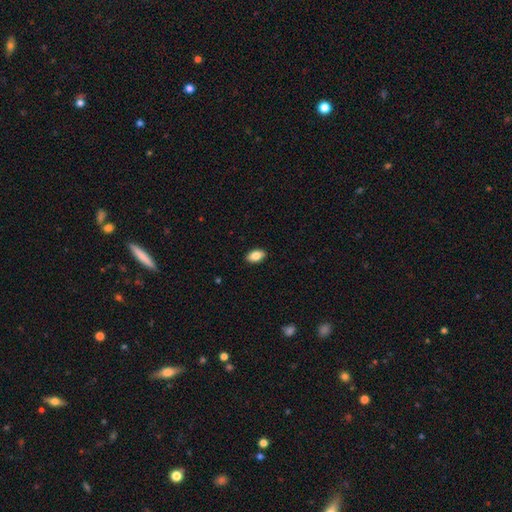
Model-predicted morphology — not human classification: Q: Smooth or featured?
A: smooth (86%); runner-up: star or artifact (7%)
Q: How rounded?
A: in between (92%); runner-up: round (6%)
Q: Merging?
A: none (90%); runner-up: minor disturbance (7%)